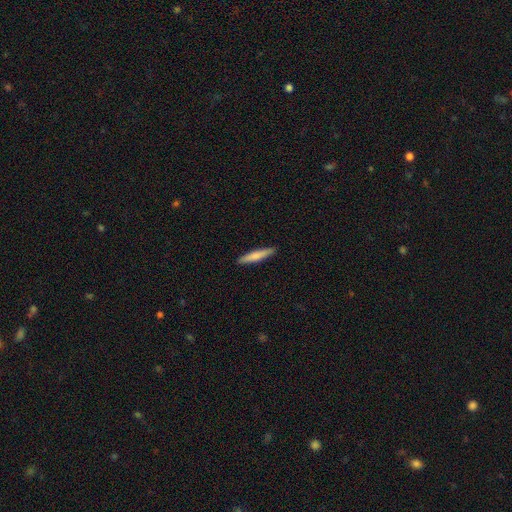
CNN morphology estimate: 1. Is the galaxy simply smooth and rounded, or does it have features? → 74% smooth, 21% featured or disk, 5% star or artifact.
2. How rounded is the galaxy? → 92% cigar-shaped, 7% in between, 1% round.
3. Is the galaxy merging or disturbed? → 91% none, 6% minor disturbance, 1% major disturbance, 1% merger.